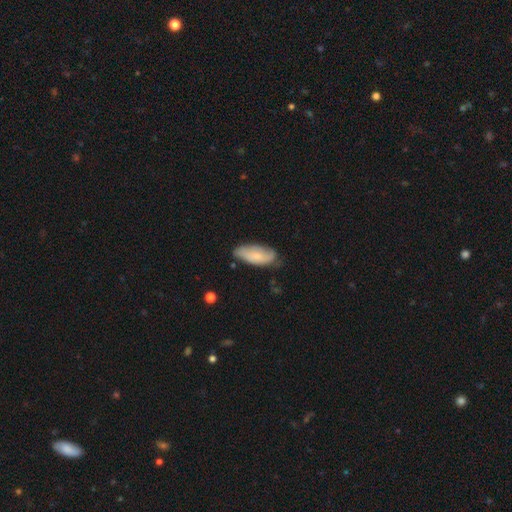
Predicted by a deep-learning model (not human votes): A smooth galaxy with no disk features (65%) that is in between round and cigar-shaped (83%). Merging: none (63%).